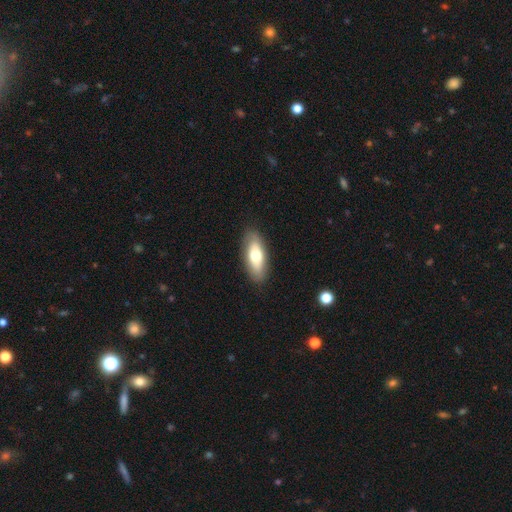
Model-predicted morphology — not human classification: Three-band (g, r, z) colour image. It shows a smooth galaxy with no disk features (65%) that is in between round and cigar-shaped (80%). Merging: none (87%).